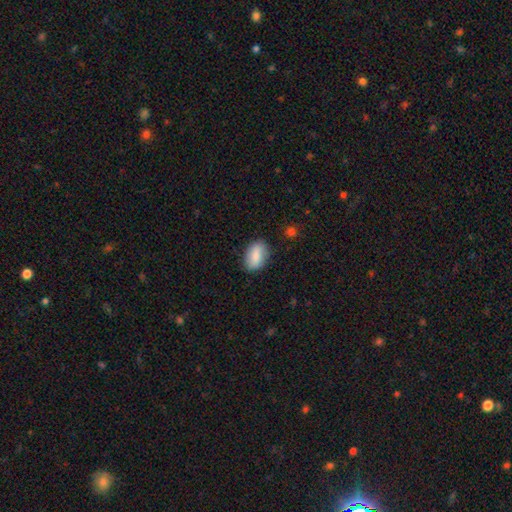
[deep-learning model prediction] Smooth or featured: smooth — 81% (featured or disk — 12%)
How rounded: in between — 88% (round — 10%)
Merging: none — 82% (minor disturbance — 14%)